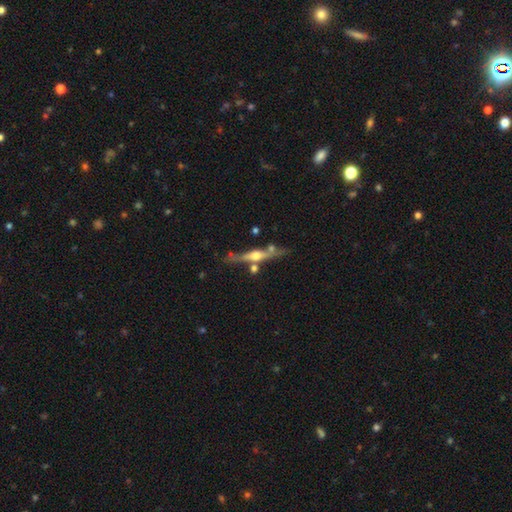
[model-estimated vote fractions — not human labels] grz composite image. It shows a featured or disk galaxy (75%) viewed edge-on (96%) with a rounded central bulge (90%). Merging: none (71%).